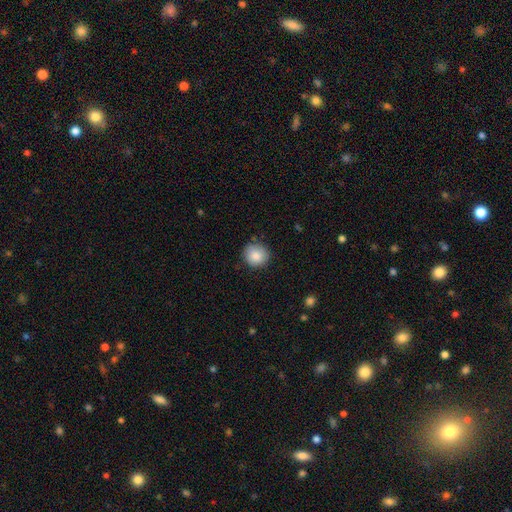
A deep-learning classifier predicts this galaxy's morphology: A smooth galaxy with no disk features (86%) that is round (89%). Merging: none (84%).